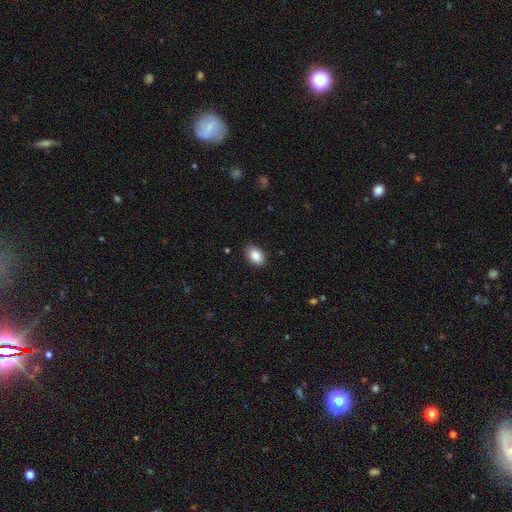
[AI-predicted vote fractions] This appears to be a smooth galaxy with no disk features (89%) that is in between round and cigar-shaped (86%). Merging: none (86%).